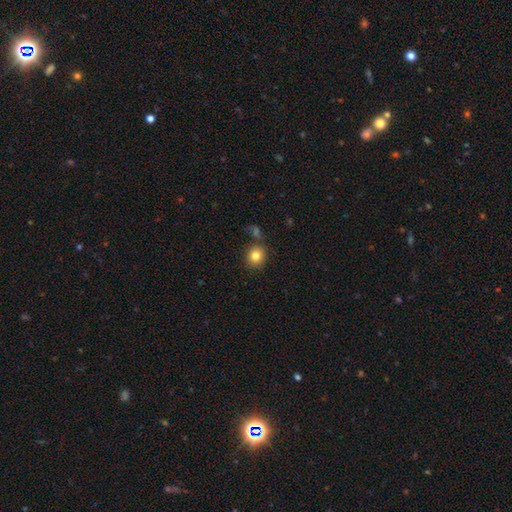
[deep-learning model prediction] smooth_or_featured: smooth (p=0.83) [alt: star or artifact p=0.10]
how_rounded: round (p=0.87) [alt: in between p=0.12]
merging: none (p=0.80) [alt: minor disturbance p=0.10]